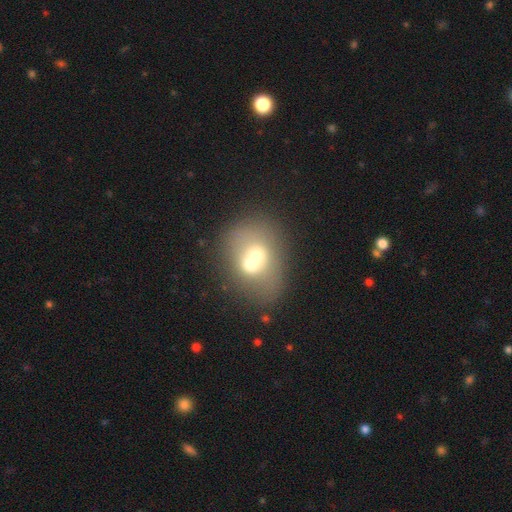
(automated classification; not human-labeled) smooth 58%, featured or disk 29%, star or artifact 13%. Down the decision tree: how rounded — round (56%); merging — merger (60%).